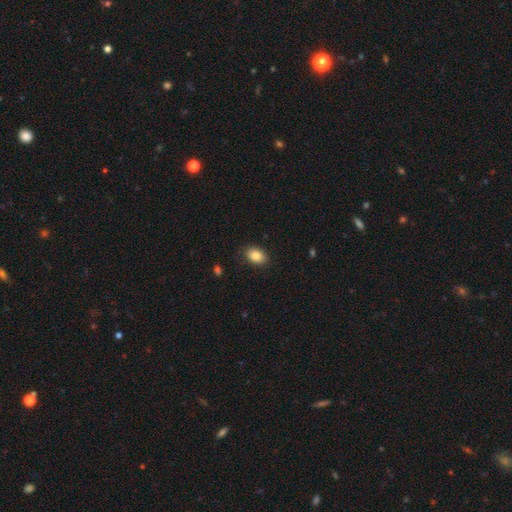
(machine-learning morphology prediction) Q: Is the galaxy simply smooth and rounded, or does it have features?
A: smooth — 86%.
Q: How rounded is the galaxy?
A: in between — 82%.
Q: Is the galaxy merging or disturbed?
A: none — 83%.